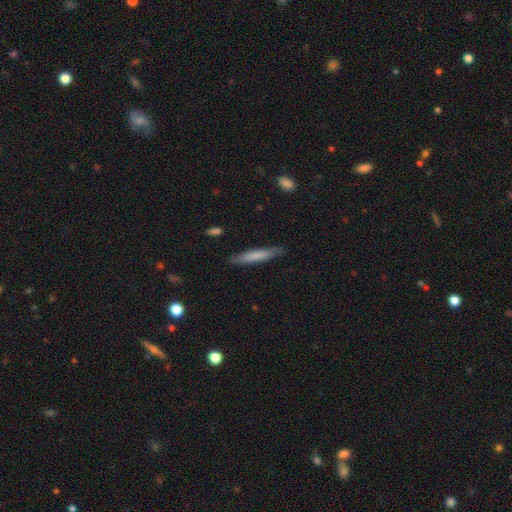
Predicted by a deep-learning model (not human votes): A smooth galaxy with no disk features (69%) that is cigar-shaped (93%).

Vote fractions:
- Smooth or featured? smooth: 69% / featured or disk: 25% / star or artifact: 6%
- How rounded? cigar-shaped: 93% / in between: 6% / round: 1%
- Merging? none: 86% / minor disturbance: 10% / major disturbance: 2% / merger: 1%